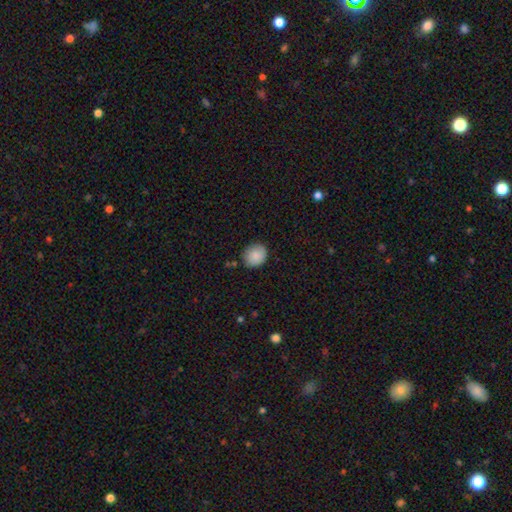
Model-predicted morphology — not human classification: Smooth or featured? Predicted: smooth (p=0.88). How rounded? Predicted: round (p=0.74). Merging? Predicted: none (p=0.83).